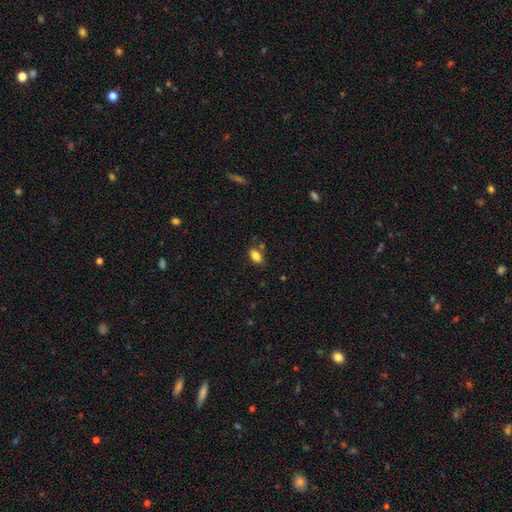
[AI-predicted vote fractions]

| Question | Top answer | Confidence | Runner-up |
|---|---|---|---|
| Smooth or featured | smooth | 85% | star or artifact (9%) |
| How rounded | in between | 89% | round (7%) |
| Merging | none | 75% | minor disturbance (14%) |